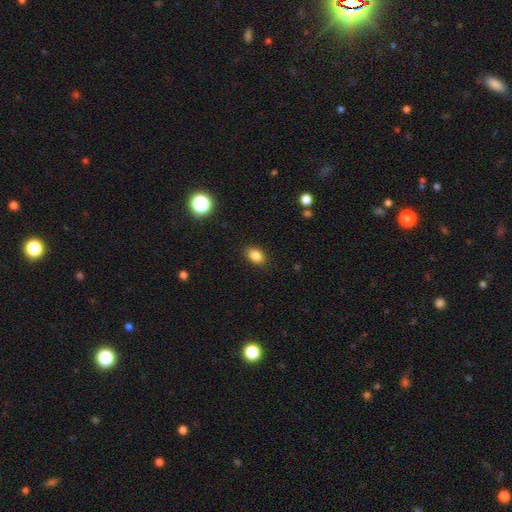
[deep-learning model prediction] A smooth galaxy with no disk features (85%) that is in between round and cigar-shaped (80%).

Vote fractions:
- Smooth or featured? smooth: 85% / star or artifact: 10% / featured or disk: 5%
- How rounded? in between: 80% / round: 18% / cigar-shaped: 1%
- Merging? none: 87% / minor disturbance: 9% / major disturbance: 2% / merger: 1%